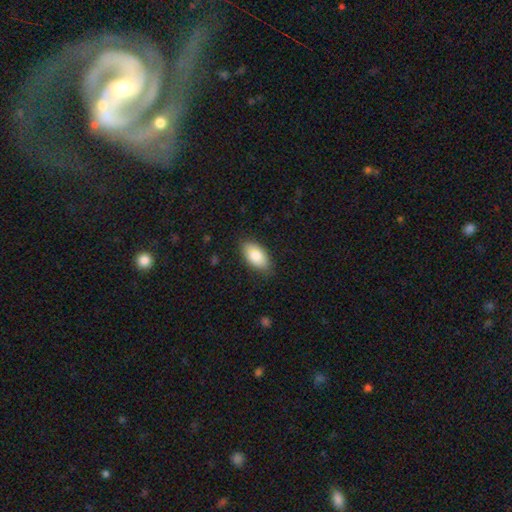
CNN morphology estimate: Q: Smooth or featured?
A: smooth (84%); runner-up: featured or disk (10%)
Q: How rounded?
A: in between (94%); runner-up: round (4%)
Q: Merging?
A: none (82%); runner-up: minor disturbance (14%)